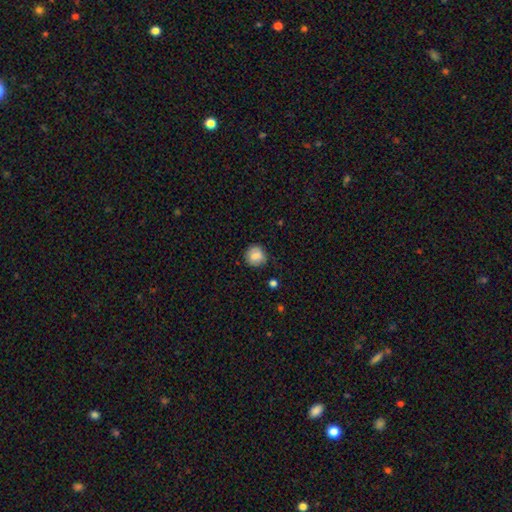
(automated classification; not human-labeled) Smooth or featured: smooth — 82% (featured or disk — 9%)
How rounded: round — 86% (in between — 13%)
Merging: none — 79% (minor disturbance — 16%)